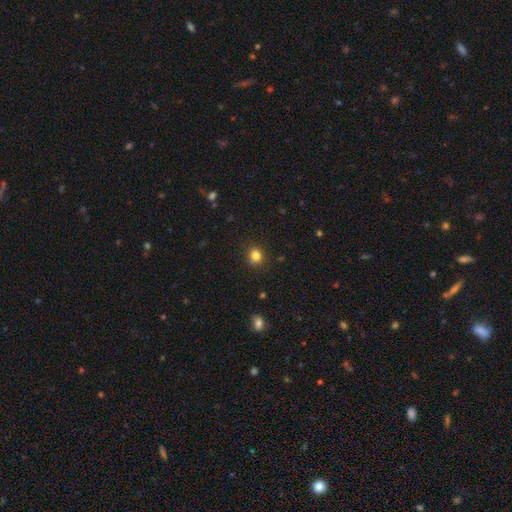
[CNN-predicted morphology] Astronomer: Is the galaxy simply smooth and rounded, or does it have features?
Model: smooth — 81%.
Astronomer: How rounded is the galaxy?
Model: round — 78%.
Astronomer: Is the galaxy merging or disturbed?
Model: none — 82%.